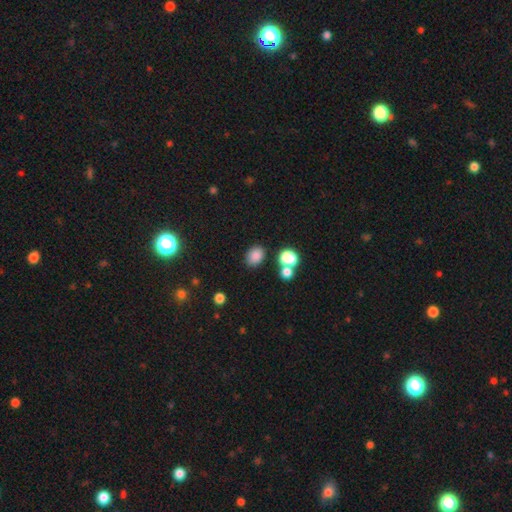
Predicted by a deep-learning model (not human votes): This appears to be a smooth galaxy with no disk features (82%) that is in between round and cigar-shaped (64%). Merging: none (75%).